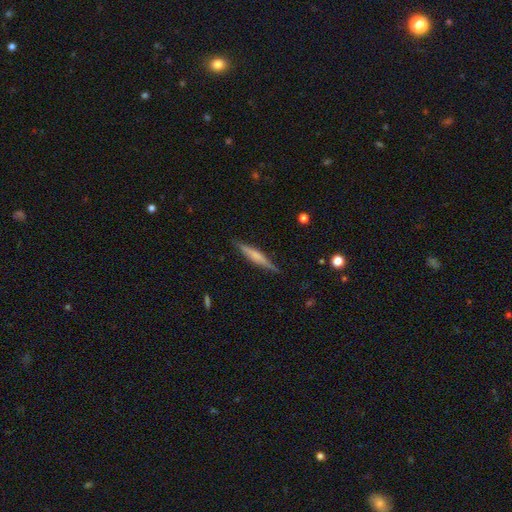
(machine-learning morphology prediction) Smooth or featured?
  - featured or disk: 53% *
  - smooth: 41%
  - star or artifact: 6%
Edge-on disk?
  - yes: 97% *
  - no: 3%
Edge-on bulge?
  - rounded: 44% *
  - none: 32%
  - boxy: 23%
Merging?
  - none: 86% *
  - minor disturbance: 10%
  - major disturbance: 2%
  - merger: 1%